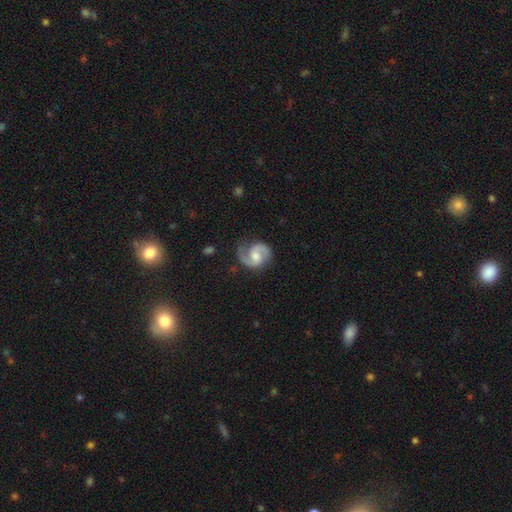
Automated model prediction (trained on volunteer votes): A featured or disk galaxy (88%) with a weak bar (48%), 2 (91%) medium (58%) spiral arms (98%) and a moderate central bulge (53%). Merging: none (76%).